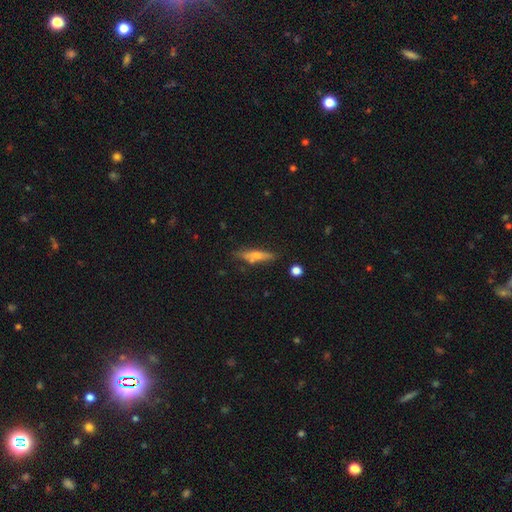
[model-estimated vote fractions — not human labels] A featured or disk galaxy (47%).

Vote fractions:
- Smooth or featured? featured or disk: 47% / smooth: 45% / star or artifact: 8%
- Merging? none: 76% / minor disturbance: 16% / merger: 4% / major disturbance: 4%